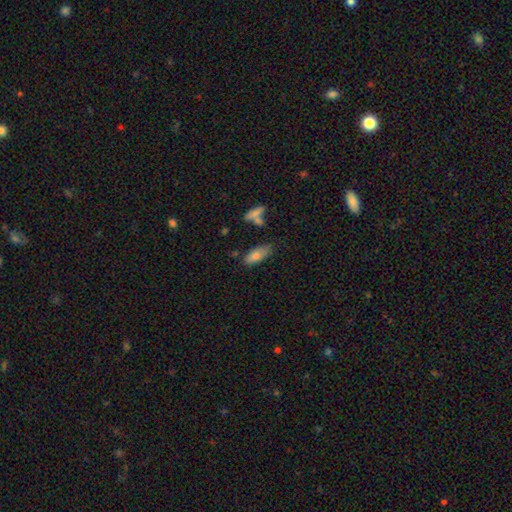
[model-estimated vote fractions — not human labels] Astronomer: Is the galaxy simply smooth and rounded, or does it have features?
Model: smooth — 78%.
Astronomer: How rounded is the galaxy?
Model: in between — 79%.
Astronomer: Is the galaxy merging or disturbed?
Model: none — 66%.